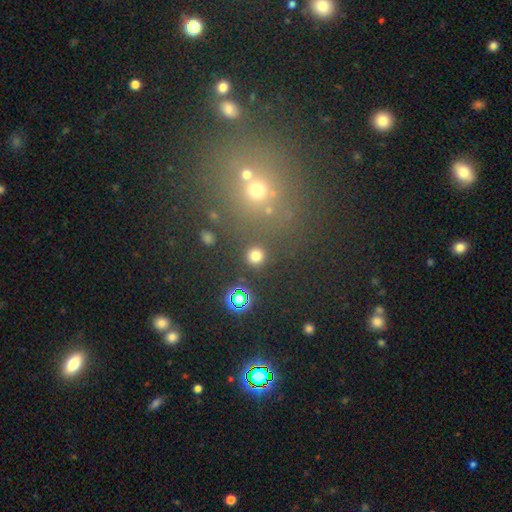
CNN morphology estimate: Smooth or featured: smooth — 76% (star or artifact — 19%)
How rounded: round — 94% (in between — 5%)
Merging: none — 89% (minor disturbance — 5%)